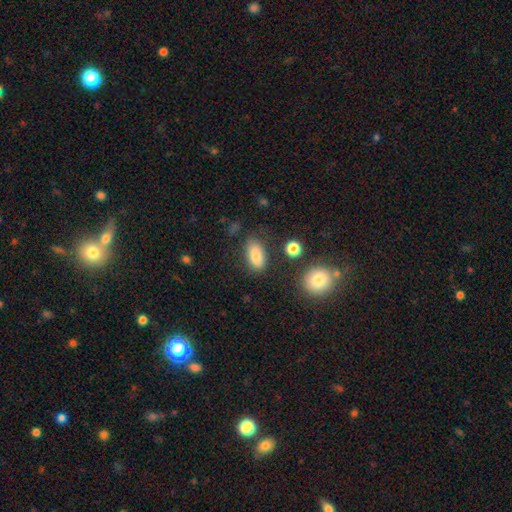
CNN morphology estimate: Smooth or featured? smooth (84%)
How rounded? in between (88%)
Merging? none (78%)